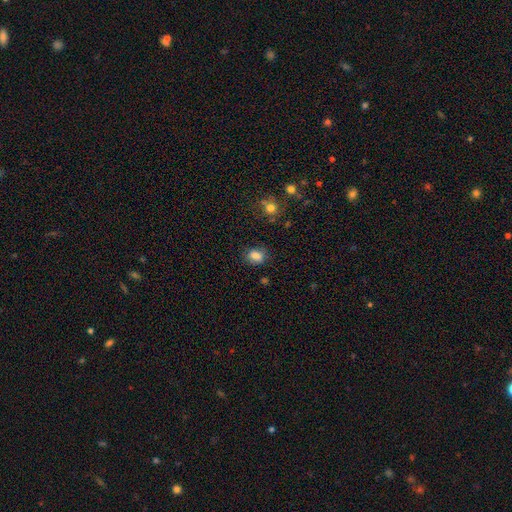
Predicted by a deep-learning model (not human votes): Q: Smooth or featured?
A: smooth (84%); runner-up: star or artifact (10%)
Q: How rounded?
A: in between (64%); runner-up: round (34%)
Q: Merging?
A: none (77%); runner-up: minor disturbance (16%)